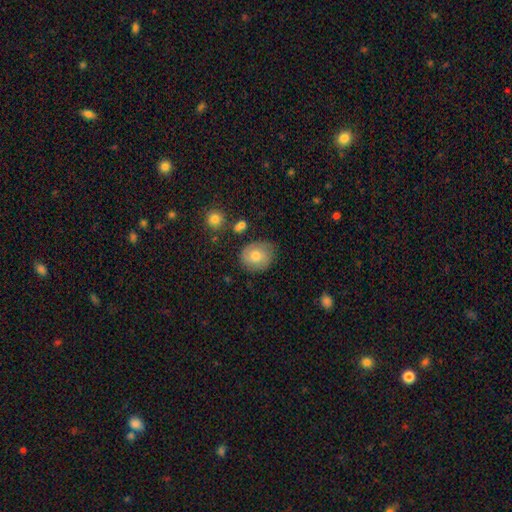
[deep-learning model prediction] Q: Smooth or featured?
A: smooth (66%); runner-up: featured or disk (26%)
Q: How rounded?
A: round (61%); runner-up: in between (38%)
Q: Merging?
A: none (73%); runner-up: minor disturbance (19%)